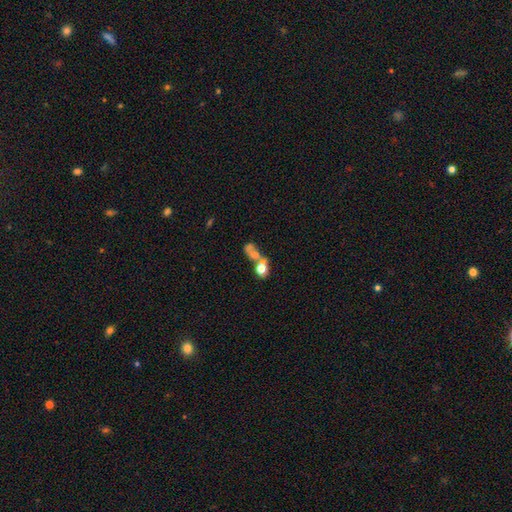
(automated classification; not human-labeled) Smooth or featured: smooth — 49% (featured or disk — 30%)
Merging: merger — 53% (none — 26%)